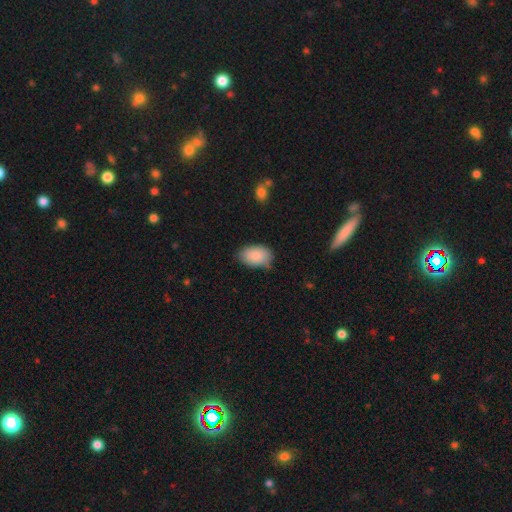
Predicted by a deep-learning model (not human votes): Overall: smooth (89%). How rounded: in between (91%). Merging: none (71%).